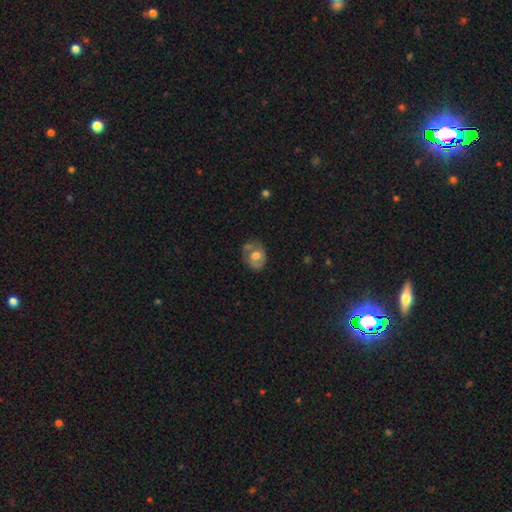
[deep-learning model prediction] Q: Smooth or featured?
A: smooth (54%); runner-up: featured or disk (39%)
Q: How rounded?
A: round (55%); runner-up: in between (44%)
Q: Merging?
A: none (55%); runner-up: minor disturbance (25%)